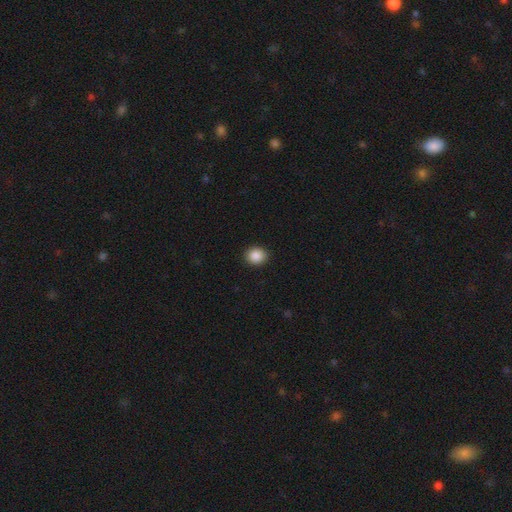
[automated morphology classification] Smooth or featured: smooth — 88% (star or artifact — 9%)
How rounded: round — 73% (in between — 26%)
Merging: none — 91% (minor disturbance — 6%)